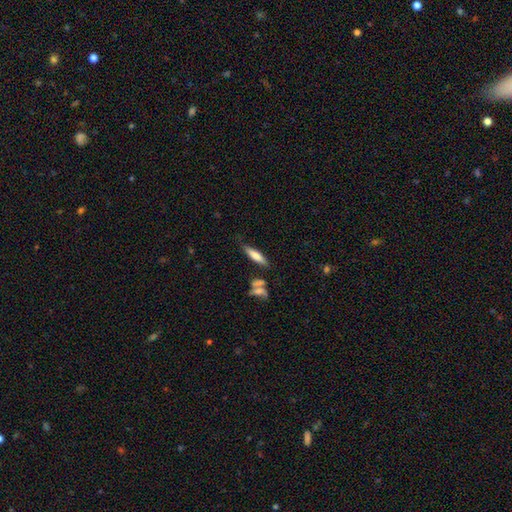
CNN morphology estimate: type=smooth (67%); roundness=cigar-shaped (73%); merging=none (71%).